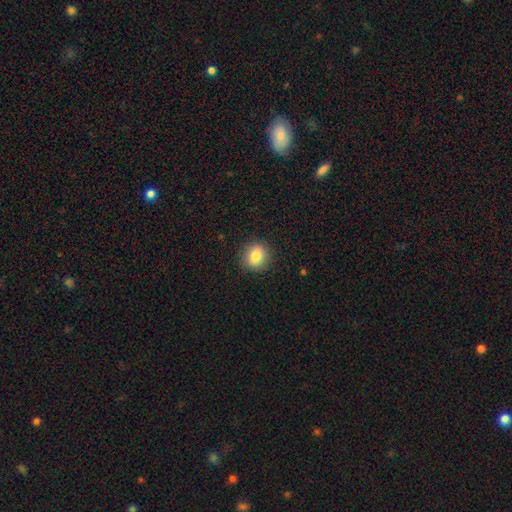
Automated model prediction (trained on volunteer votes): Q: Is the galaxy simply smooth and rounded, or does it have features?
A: smooth — 81%.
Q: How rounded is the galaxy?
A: round — 75%.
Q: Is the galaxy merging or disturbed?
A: none — 89%.